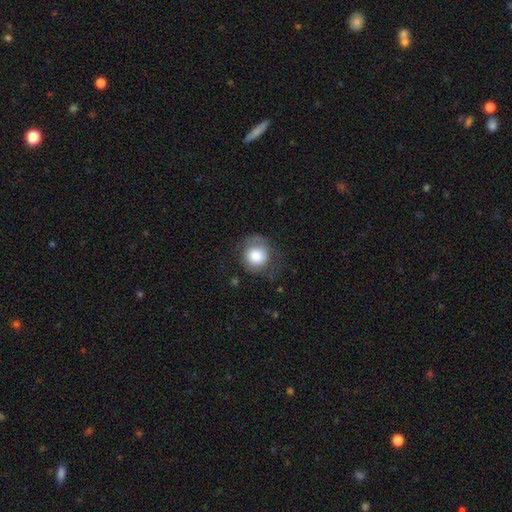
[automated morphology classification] Q: Smooth or featured?
A: smooth (76%); runner-up: featured or disk (16%)
Q: How rounded?
A: round (81%); runner-up: in between (18%)
Q: Merging?
A: none (59%); runner-up: minor disturbance (24%)